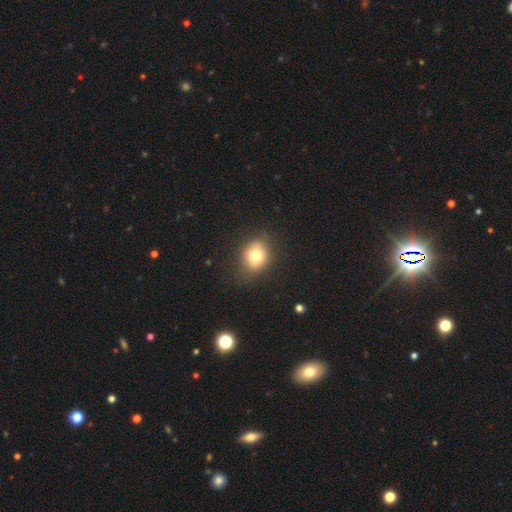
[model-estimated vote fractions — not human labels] A smooth galaxy with no disk features (76%) that is round (53%). Merging: none (79%).